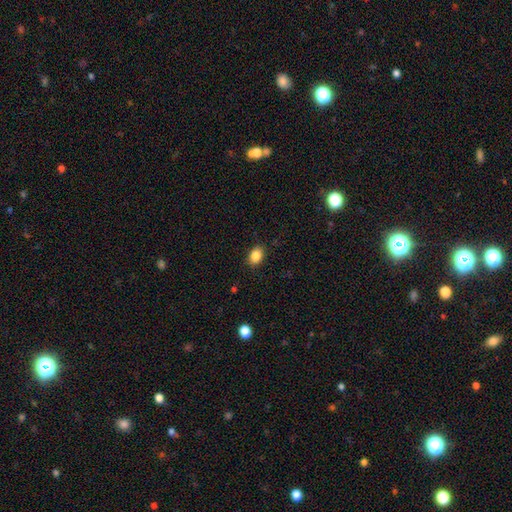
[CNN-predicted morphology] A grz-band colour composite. It shows a smooth galaxy with no disk features (86%) that is in between round and cigar-shaped (79%). Merging: none (88%).